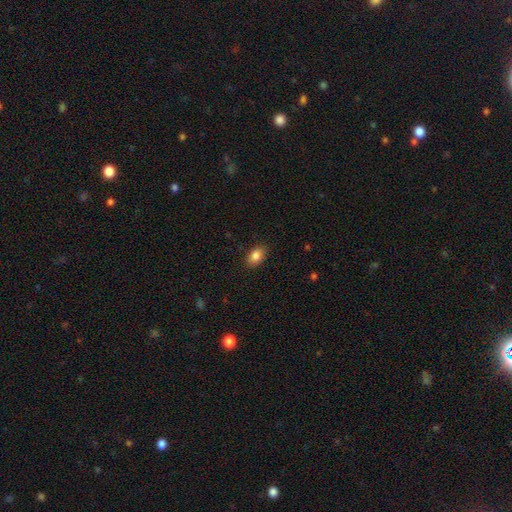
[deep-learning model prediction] A smooth galaxy with no disk features (85%) that is in between round and cigar-shaped (84%). Merging: none (88%).